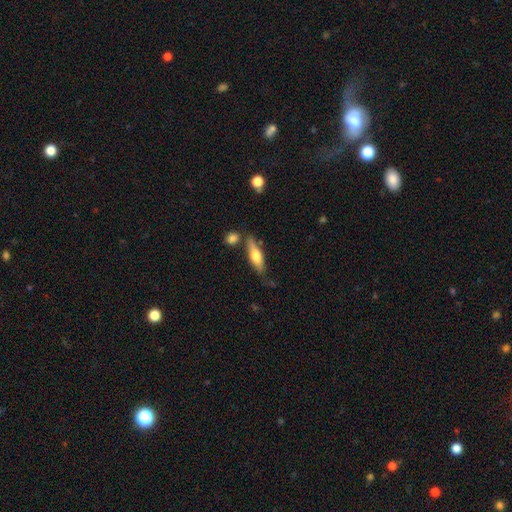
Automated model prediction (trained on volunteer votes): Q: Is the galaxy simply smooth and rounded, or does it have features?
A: smooth — 57%.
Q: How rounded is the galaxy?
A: cigar-shaped — 56%.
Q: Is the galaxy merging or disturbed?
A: none — 67%.